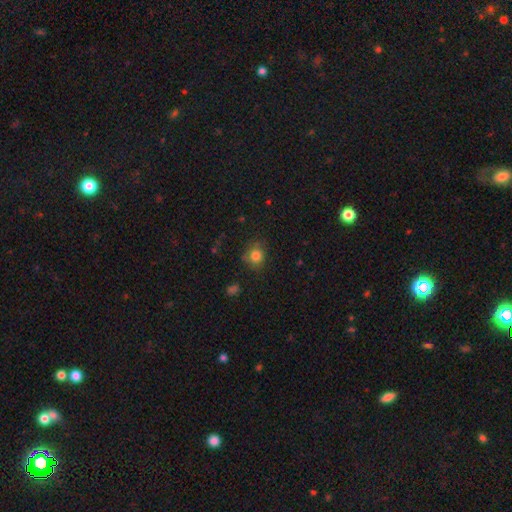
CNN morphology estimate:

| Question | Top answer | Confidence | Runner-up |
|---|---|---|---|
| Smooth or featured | smooth | 82% | star or artifact (11%) |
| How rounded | round | 81% | in between (18%) |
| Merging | none | 75% | minor disturbance (18%) |